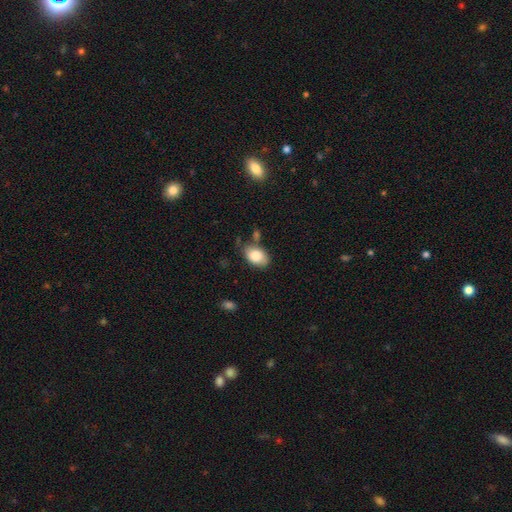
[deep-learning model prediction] Smooth or featured? Predicted: smooth (p=0.84). How rounded? Predicted: in between (p=0.89). Merging? Predicted: none (p=0.68).